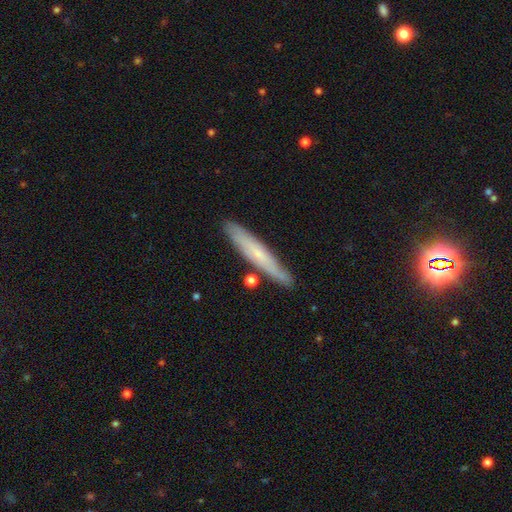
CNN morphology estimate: smooth 49%, featured or disk 41%, star or artifact 10%. Down the decision tree: merging — none (85%).